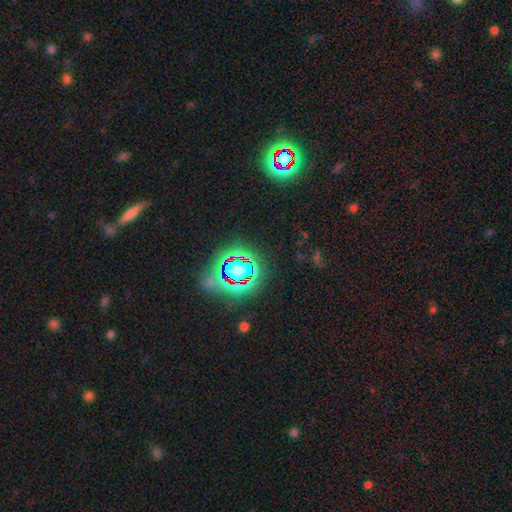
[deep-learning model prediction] Smooth or featured? star or artifact (79%)